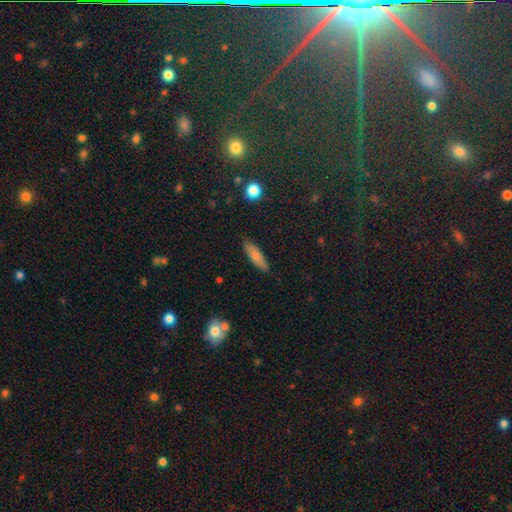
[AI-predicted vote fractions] smooth-or-featured: smooth: 77% | featured or disk: 16% | star or artifact: 7%
  how-rounded: cigar-shaped: 57% | in between: 41% | round: 2%
  merging: none: 85% | minor disturbance: 12% | major disturbance: 2% | merger: 1%